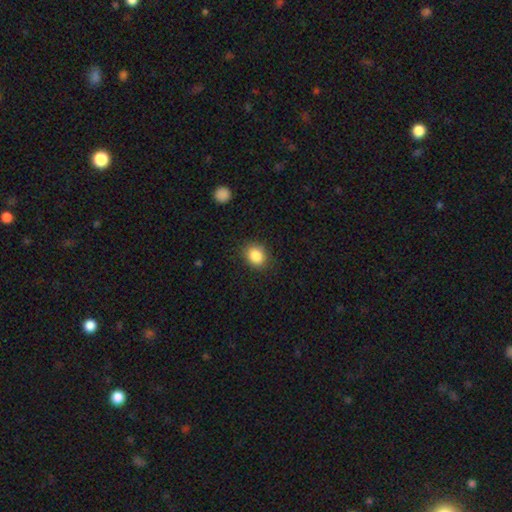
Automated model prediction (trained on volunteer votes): This is clearly a smooth galaxy (86%). How rounded: possibly round (53%). Merging: clearly none (85%).